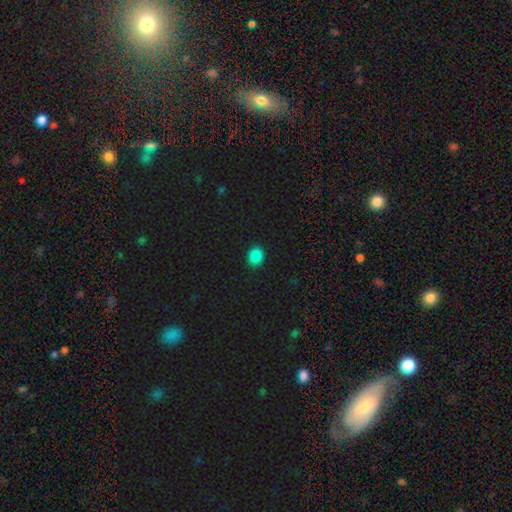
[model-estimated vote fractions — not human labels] A smooth galaxy with no disk features (85%) that is round (57%). Merging: none (90%).